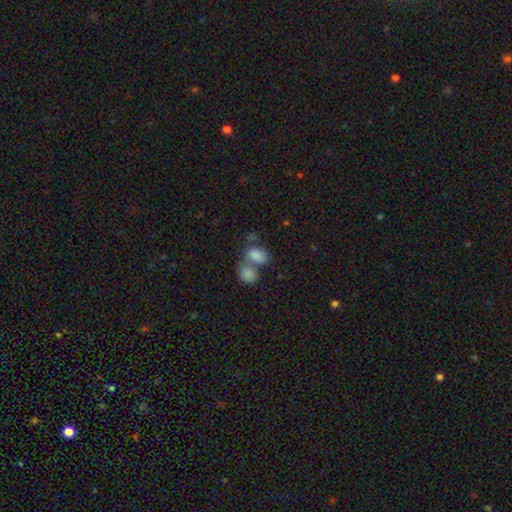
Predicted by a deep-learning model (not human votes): The model was most divided on "merging": merger: 58%, none: 29%, minor disturbance: 8%, major disturbance: 4%. More confident: smooth or featured — smooth (82%); how rounded — in between (80%).